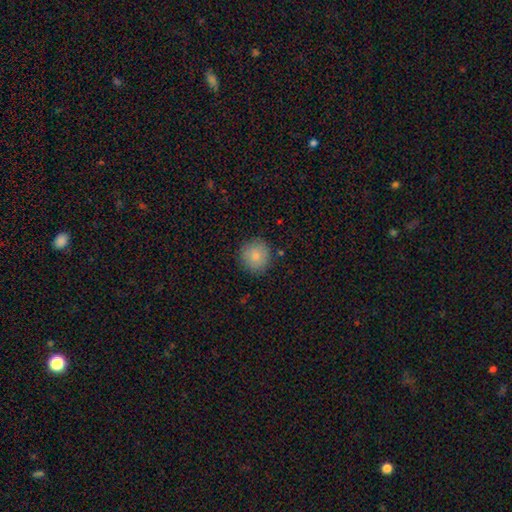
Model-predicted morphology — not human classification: Smooth or featured? smooth (84%)
How rounded? round (92%)
Merging? none (85%)